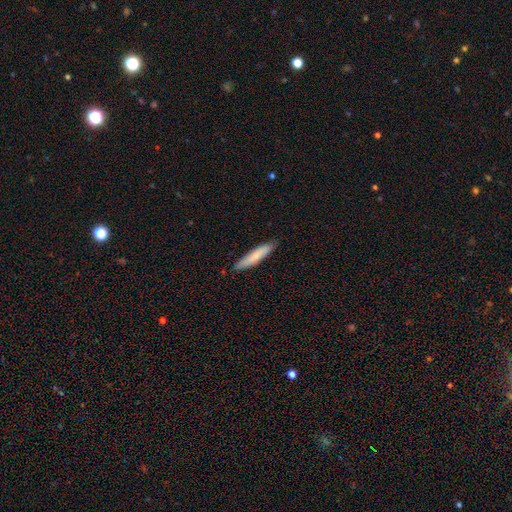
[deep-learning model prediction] Smooth or featured? smooth (75%)
How rounded? cigar-shaped (88%)
Merging? none (87%)